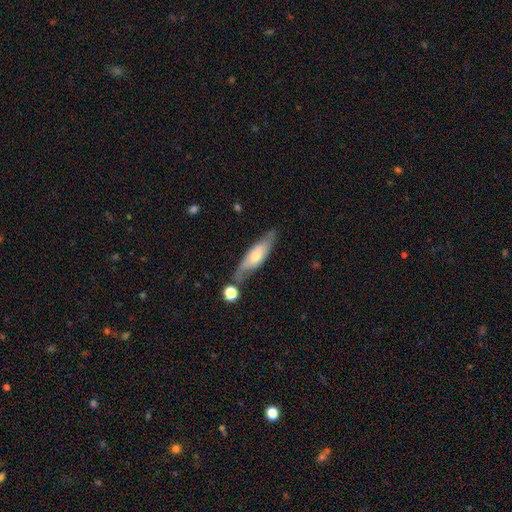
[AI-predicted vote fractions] This is possibly a smooth galaxy (50%). How rounded: possibly cigar-shaped (57%). Merging: likely none (64%).